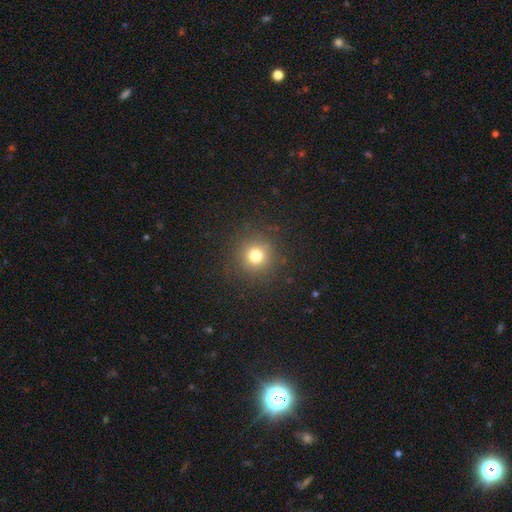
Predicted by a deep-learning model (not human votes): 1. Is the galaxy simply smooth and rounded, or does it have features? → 76% smooth, 17% star or artifact, 8% featured or disk.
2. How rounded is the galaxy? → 94% round, 5% in between, 1% cigar-shaped.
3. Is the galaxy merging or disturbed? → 89% none, 7% minor disturbance, 3% major disturbance, 1% merger.